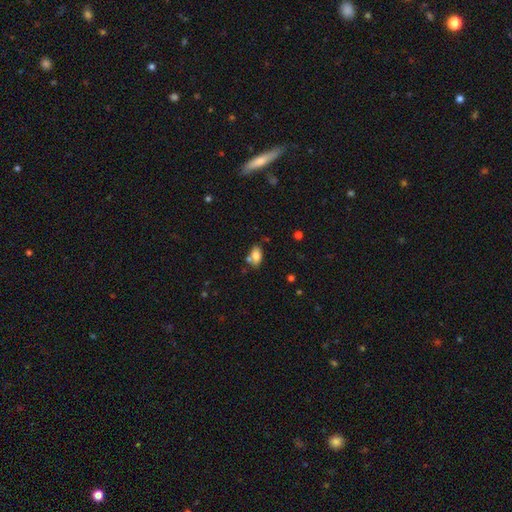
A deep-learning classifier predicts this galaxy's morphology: This appears to be a smooth galaxy with no disk features (80%) that is in between round and cigar-shaped (90%). Merging: none (59%).